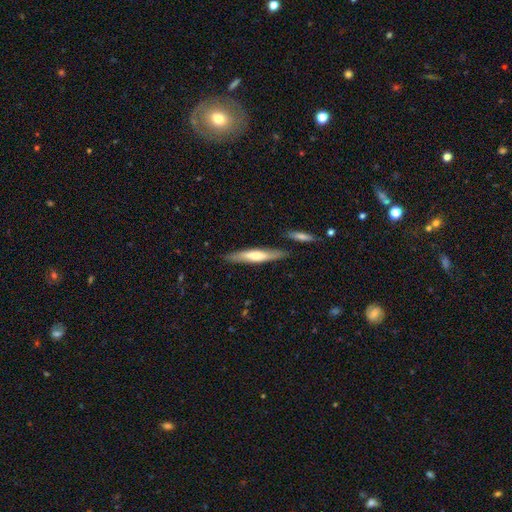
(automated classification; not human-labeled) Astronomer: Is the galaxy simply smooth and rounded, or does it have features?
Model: smooth — 53% (runner-up: featured or disk, 41%).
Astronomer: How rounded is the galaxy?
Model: cigar-shaped — 88%.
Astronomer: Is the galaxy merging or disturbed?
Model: none — 82%.